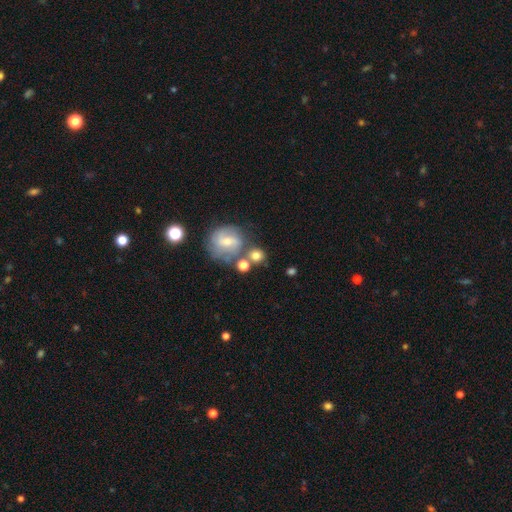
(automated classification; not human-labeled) smooth-or-featured: smooth: 67% | featured or disk: 22% | star or artifact: 11%
  how-rounded: round: 84% | in between: 15% | cigar-shaped: 1%
  merging: none: 57% | merger: 23% | minor disturbance: 14% | major disturbance: 6%